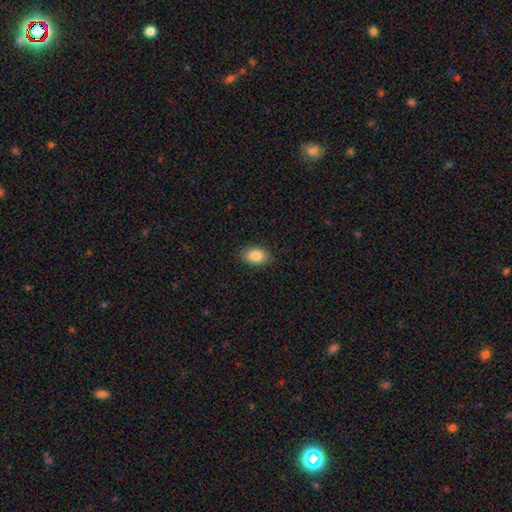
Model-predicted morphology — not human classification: A smooth galaxy with no disk features (86%) that is in between round and cigar-shaped (87%). Merging: none (88%).